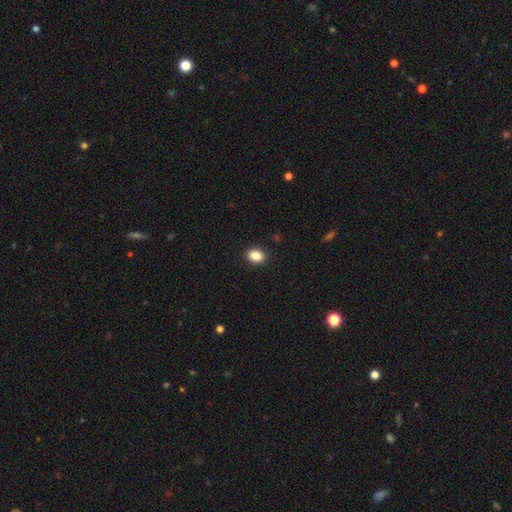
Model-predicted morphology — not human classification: Smooth or featured? smooth (87%)
How rounded? in between (69%)
Merging? none (91%)